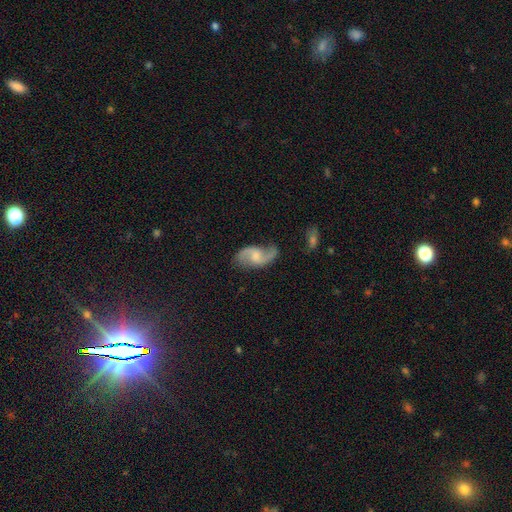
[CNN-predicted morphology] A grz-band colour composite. It shows a featured or disk galaxy (83%) with no bar (46%), 2 (92%) loose (64%) spiral arms (96%) and a moderate central bulge (38%). Merging: none (72%).